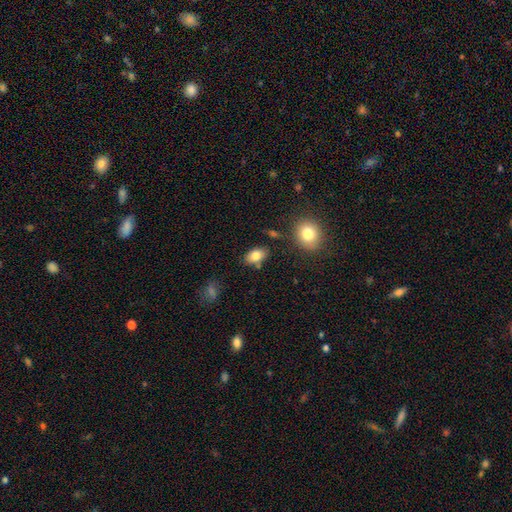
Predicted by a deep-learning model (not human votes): smooth-or-featured: smooth: 82% | featured or disk: 10% | star or artifact: 8%
  how-rounded: in between: 87% | round: 11% | cigar-shaped: 2%
  merging: none: 78% | minor disturbance: 13% | merger: 6% | major disturbance: 3%